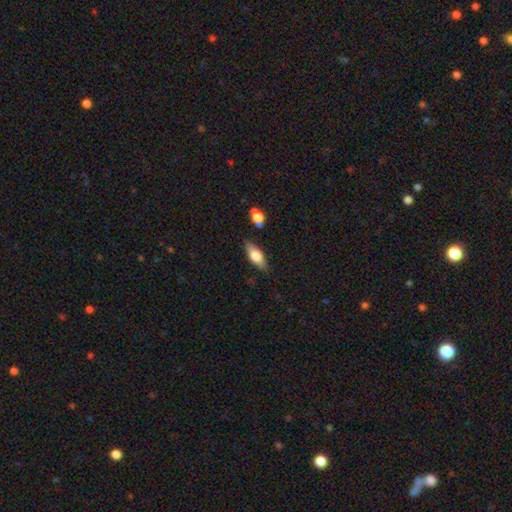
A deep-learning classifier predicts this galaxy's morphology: This is likely a smooth galaxy (61%). How rounded: likely in between (71%). Merging: clearly none (81%).